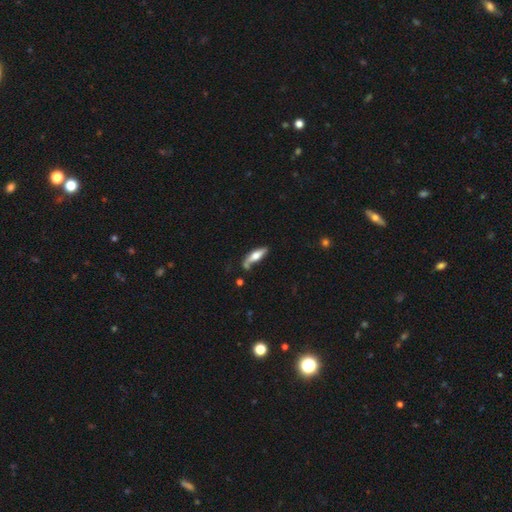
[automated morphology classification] Smooth or featured? smooth (53%)
How rounded? cigar-shaped (57%)
Merging? none (58%)